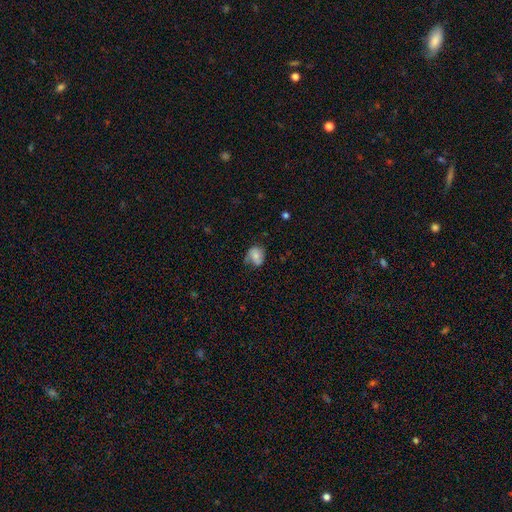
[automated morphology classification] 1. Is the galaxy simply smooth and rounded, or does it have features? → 56% smooth, 35% featured or disk, 9% star or artifact.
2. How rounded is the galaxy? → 53% round, 46% in between, 1% cigar-shaped.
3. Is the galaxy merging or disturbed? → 52% none, 32% minor disturbance, 13% major disturbance, 3% merger.